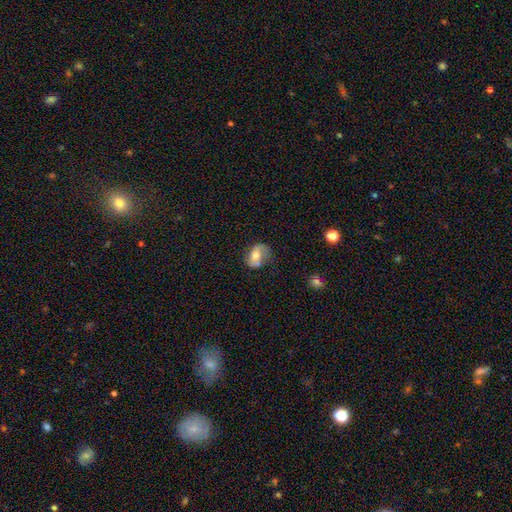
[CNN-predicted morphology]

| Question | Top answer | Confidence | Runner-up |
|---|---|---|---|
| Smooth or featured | featured or disk | 47% | smooth (45%) |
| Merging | none | 53% | minor disturbance (28%) |